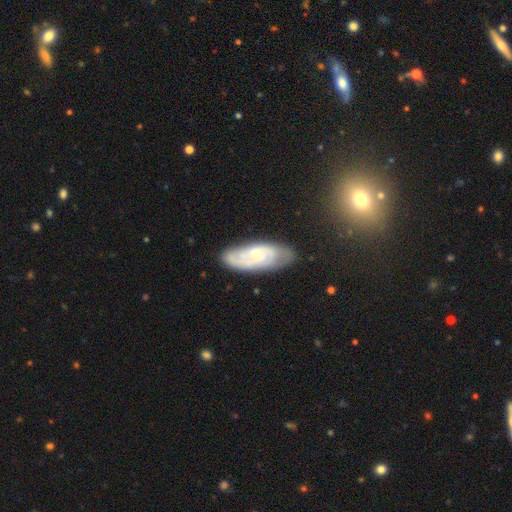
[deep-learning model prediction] A featured or disk galaxy (70%) with no bar (68%), tight (59%) spiral arms (87%) and a small central bulge (75%).

Vote fractions:
- Smooth or featured? featured or disk: 70% / smooth: 23% / star or artifact: 7%
- Edge-on disk? no: 90% / yes: 10%
- Bar? no: 68% / weak: 27% / strong: 5%
- Spiral arms? yes: 87% / no: 13%
- Spiral winding? tight: 59% / medium: 32% / loose: 9%
- Spiral arm count? can't tell: 42% / 2: 36% / 3: 11% / 4: 4% / 1: 4% / more than 4: 3%
- Bulge size? small: 75% / moderate: 19% / none: 4% / large: 1% / dominant: 1%
- Merging? none: 74% / minor disturbance: 19% / major disturbance: 5% / merger: 2%